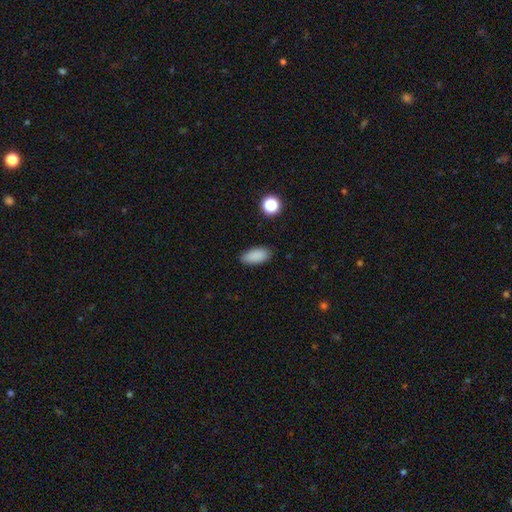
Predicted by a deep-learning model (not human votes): Smooth or featured?
  - smooth: 87% *
  - star or artifact: 9%
  - featured or disk: 4%
How rounded?
  - in between: 89% *
  - cigar-shaped: 8%
  - round: 3%
Merging?
  - none: 86% *
  - minor disturbance: 10%
  - major disturbance: 3%
  - merger: 1%